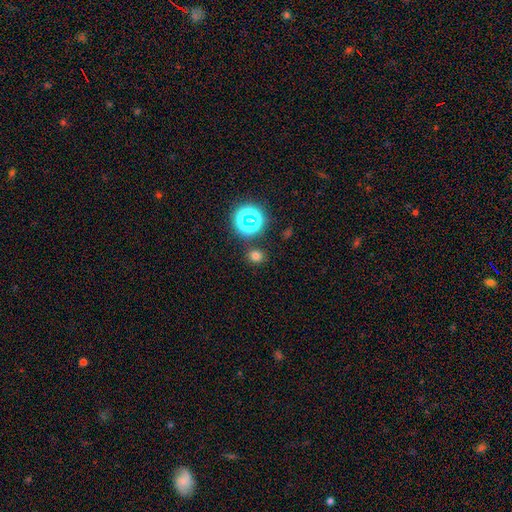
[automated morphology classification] smooth-or-featured: smooth: 69% | star or artifact: 25% | featured or disk: 6%
  how-rounded: round: 76% | in between: 23% | cigar-shaped: 1%
  merging: none: 85% | minor disturbance: 8% | merger: 4% | major disturbance: 3%